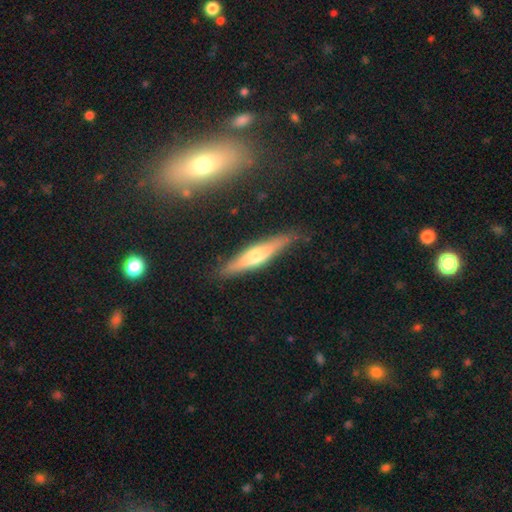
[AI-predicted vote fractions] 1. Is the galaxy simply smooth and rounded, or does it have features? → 49% featured or disk, 44% smooth, 6% star or artifact.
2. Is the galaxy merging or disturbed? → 83% none, 12% minor disturbance, 3% major disturbance, 2% merger.